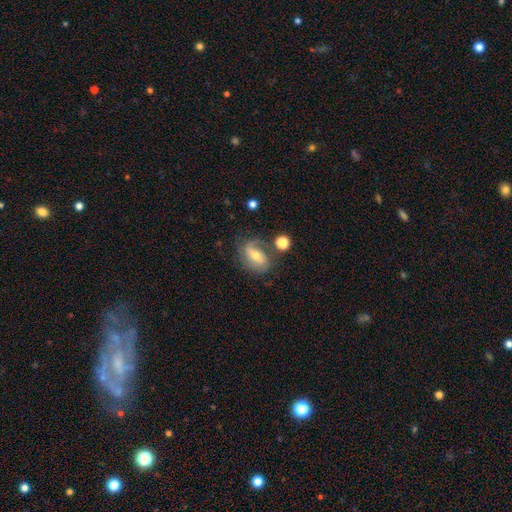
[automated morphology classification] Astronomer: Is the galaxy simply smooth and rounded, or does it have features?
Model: featured or disk — 68%.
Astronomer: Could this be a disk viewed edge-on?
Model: no — 94%.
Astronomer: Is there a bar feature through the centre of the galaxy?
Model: weak — 38% (runner-up: strong, 36%).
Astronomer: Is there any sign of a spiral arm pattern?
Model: yes — 86%.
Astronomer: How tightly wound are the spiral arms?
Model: medium — 41% (runner-up: loose, 33%).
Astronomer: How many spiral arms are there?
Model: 2 — 65%.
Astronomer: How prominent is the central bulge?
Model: moderate — 60%.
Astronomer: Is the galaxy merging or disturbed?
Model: none — 61%.